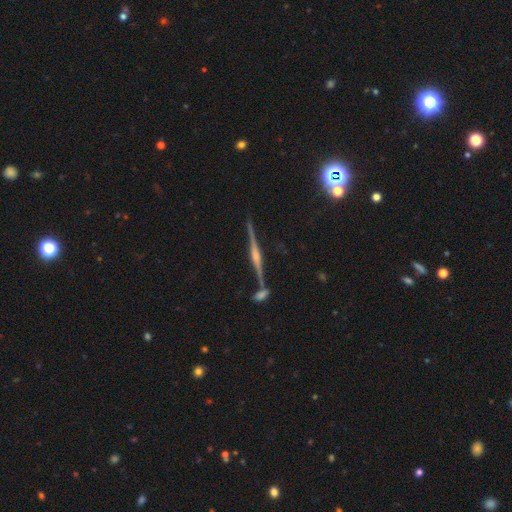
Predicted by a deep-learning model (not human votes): A featured or disk galaxy (84%) viewed edge-on (98%) with a rounded central bulge (77%).

Vote fractions:
- Smooth or featured? featured or disk: 84% / star or artifact: 8% / smooth: 7%
- Edge-on disk? yes: 98% / no: 2%
- Edge-on bulge? rounded: 77% / boxy: 15% / none: 8%
- Merging? none: 79% / merger: 10% / minor disturbance: 9% / major disturbance: 3%